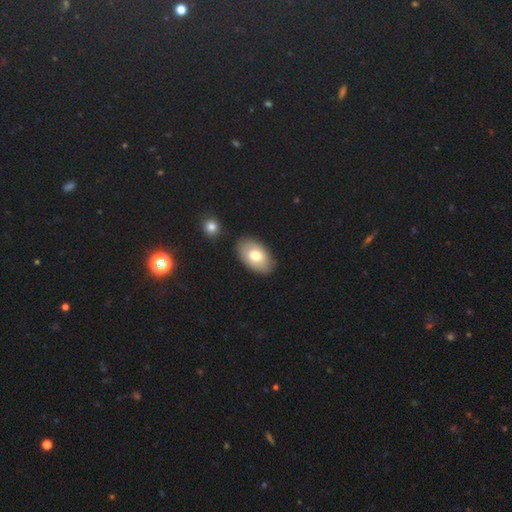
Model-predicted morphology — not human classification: Q: Smooth or featured?
A: smooth (73%); runner-up: featured or disk (21%)
Q: How rounded?
A: in between (92%); runner-up: round (6%)
Q: Merging?
A: none (84%); runner-up: minor disturbance (10%)